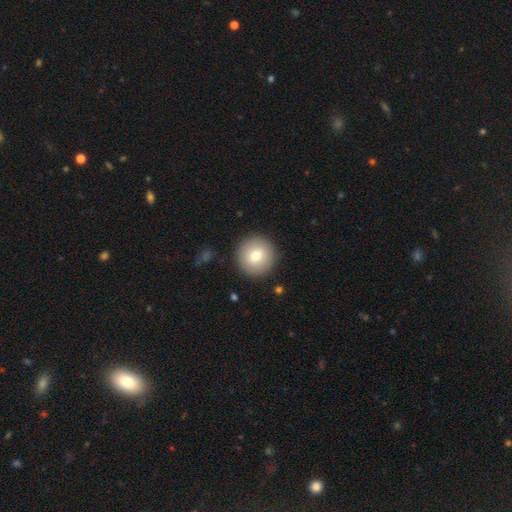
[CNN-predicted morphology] Smooth or featured?
  - smooth: 79% *
  - featured or disk: 13%
  - star or artifact: 8%
How rounded?
  - round: 94% *
  - in between: 5%
  - cigar-shaped: 1%
Merging?
  - none: 90% *
  - minor disturbance: 6%
  - major disturbance: 2%
  - merger: 1%